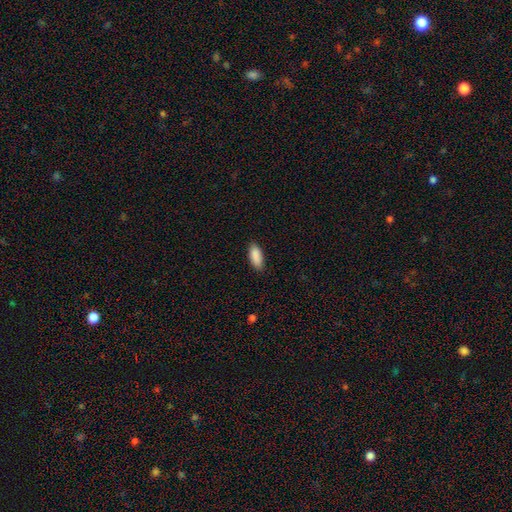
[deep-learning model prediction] This is clearly a smooth galaxy (90%). How rounded: clearly in between (83%). Merging: clearly none (87%).